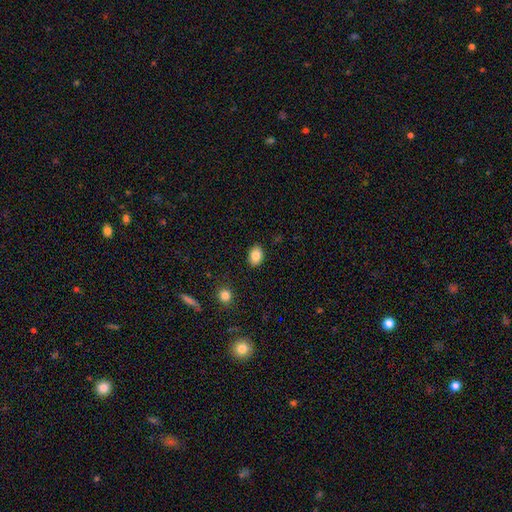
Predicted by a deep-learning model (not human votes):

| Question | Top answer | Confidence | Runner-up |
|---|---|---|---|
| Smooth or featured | smooth | 85% | star or artifact (9%) |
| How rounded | in between | 75% | round (24%) |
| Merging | none | 89% | minor disturbance (8%) |